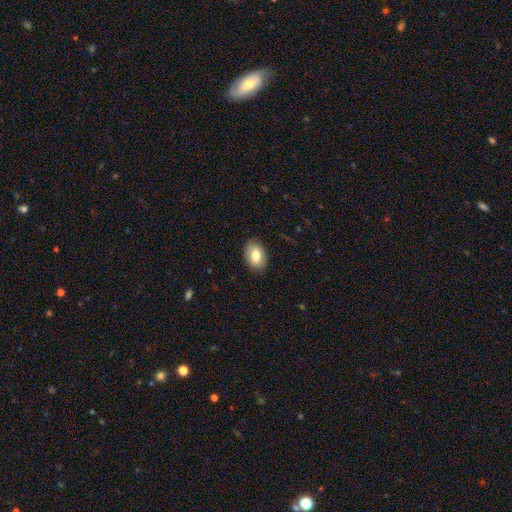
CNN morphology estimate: Smooth or featured? smooth (79%)
How rounded? in between (87%)
Merging? none (86%)